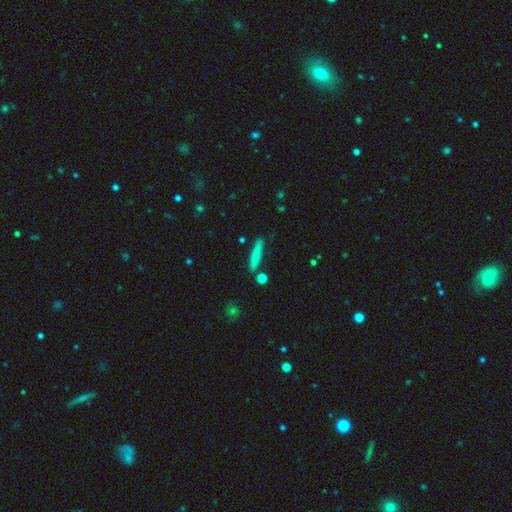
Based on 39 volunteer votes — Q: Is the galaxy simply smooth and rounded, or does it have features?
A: smooth — 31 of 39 (79%).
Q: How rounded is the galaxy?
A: cigar-shaped — 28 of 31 (90%).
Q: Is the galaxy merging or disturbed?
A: none — 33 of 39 (85%).